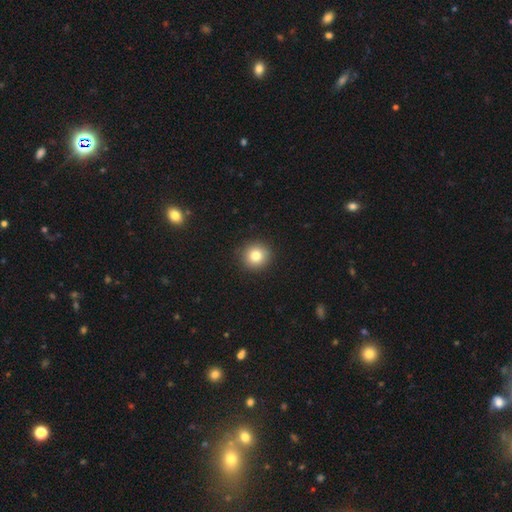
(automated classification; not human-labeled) smooth 81%, star or artifact 11%, featured or disk 9%. Down the decision tree: how rounded — round (93%); merging — none (92%).